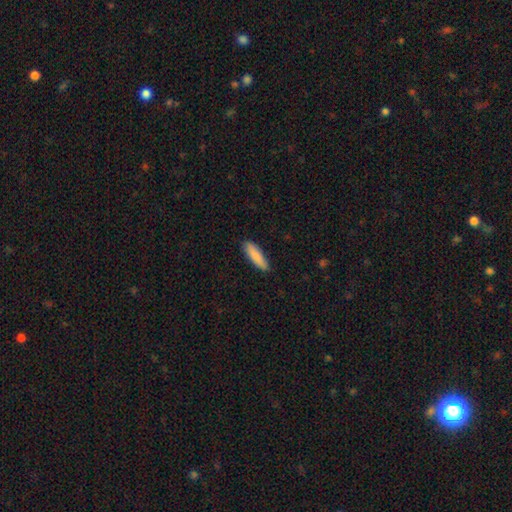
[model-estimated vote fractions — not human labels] smooth 87%, featured or disk 8%, star or artifact 6%. Down the decision tree: how rounded — cigar-shaped (64%); merging — none (86%).